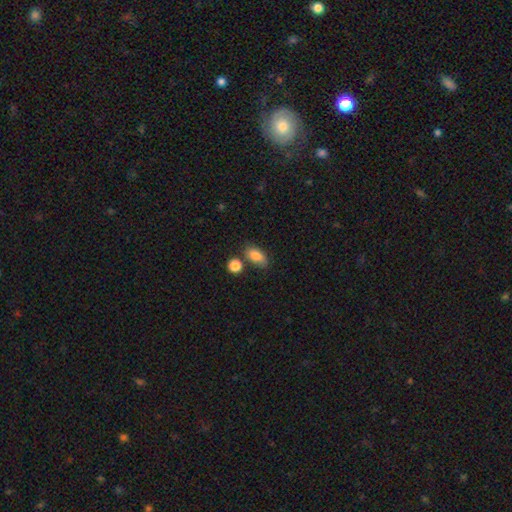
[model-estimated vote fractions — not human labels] Smooth or featured? smooth (82%)
How rounded? in between (85%)
Merging? none (69%)